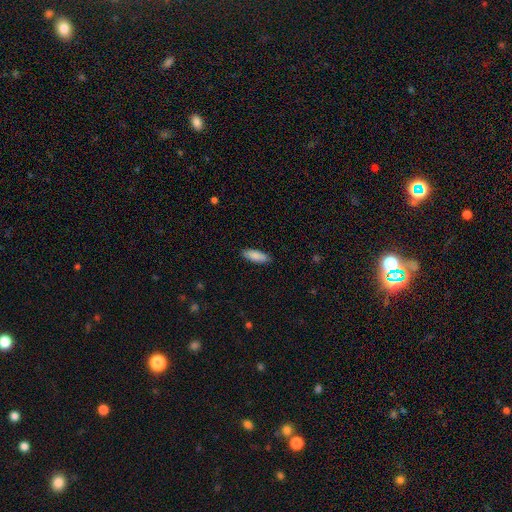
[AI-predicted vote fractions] Smooth or featured? smooth (88%)
How rounded? in between (65%)
Merging? none (86%)